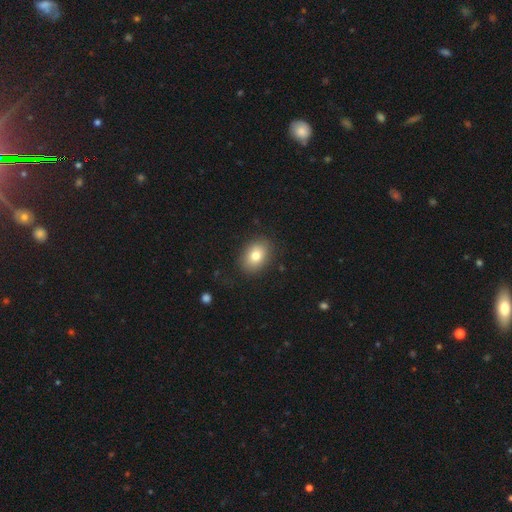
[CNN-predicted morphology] smooth-or-featured: smooth: 79% | featured or disk: 12% | star or artifact: 9%
  how-rounded: in between: 70% | round: 29% | cigar-shaped: 1%
  merging: none: 86% | minor disturbance: 10% | major disturbance: 3% | merger: 1%